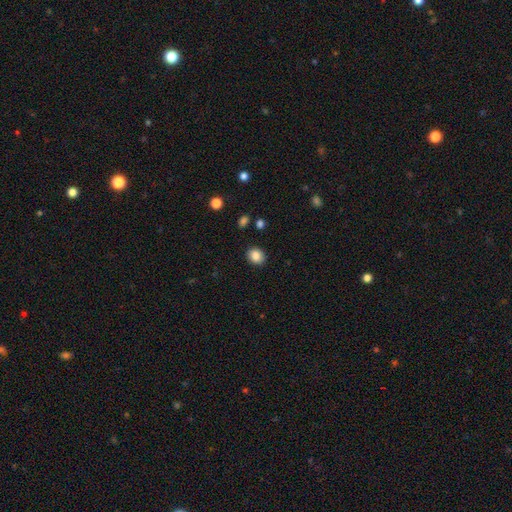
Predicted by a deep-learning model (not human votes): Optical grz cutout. It shows a smooth galaxy with no disk features (85%) that is round (65%). Merging: none (89%).